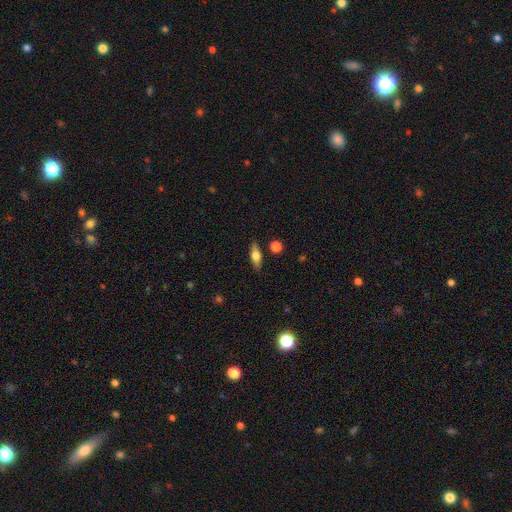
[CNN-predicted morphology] Smooth or featured?
  - smooth: 56% *
  - featured or disk: 37%
  - star or artifact: 8%
How rounded?
  - in between: 59% *
  - cigar-shaped: 36%
  - round: 5%
Merging?
  - none: 85% *
  - minor disturbance: 10%
  - merger: 3%
  - major disturbance: 2%